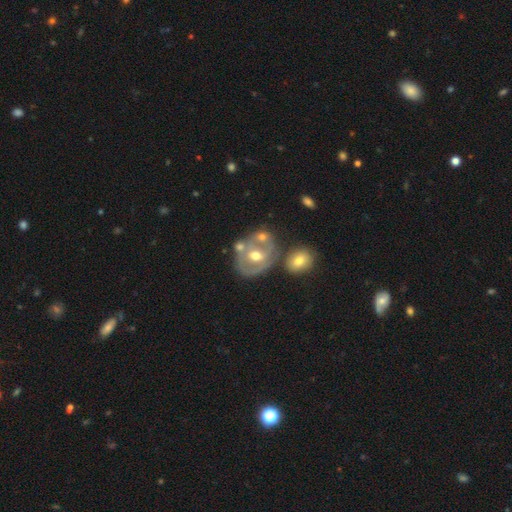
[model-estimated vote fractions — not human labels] Q: Smooth or featured?
A: featured or disk (60%); runner-up: smooth (32%)
Q: Edge-on disk?
A: no (95%); runner-up: yes (5%)
Q: Bar?
A: no (57%); runner-up: weak (28%)
Q: Spiral arms?
A: no (73%); runner-up: yes (27%)
Q: Bulge size?
A: moderate (77%); runner-up: small (14%)
Q: Merging?
A: none (51%); runner-up: merger (26%)